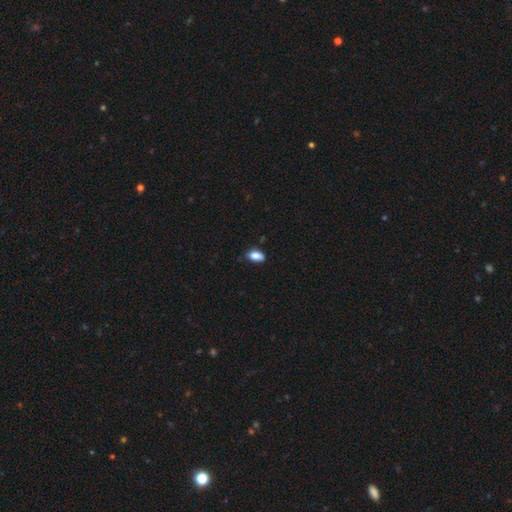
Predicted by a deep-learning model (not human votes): Smooth or featured?
  - smooth: 86% *
  - star or artifact: 8%
  - featured or disk: 6%
How rounded?
  - in between: 90% *
  - round: 6%
  - cigar-shaped: 4%
Merging?
  - none: 67% *
  - minor disturbance: 27%
  - major disturbance: 4%
  - merger: 2%